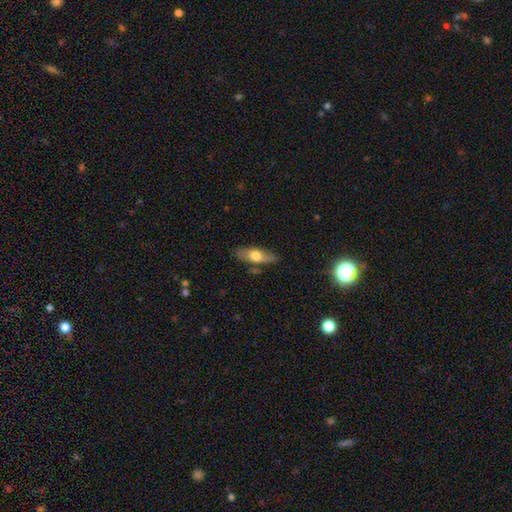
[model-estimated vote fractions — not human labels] Overall: smooth (59%; featured or disk 34%). How rounded: in between (62%; cigar-shaped 34%). Merging: none (79%).